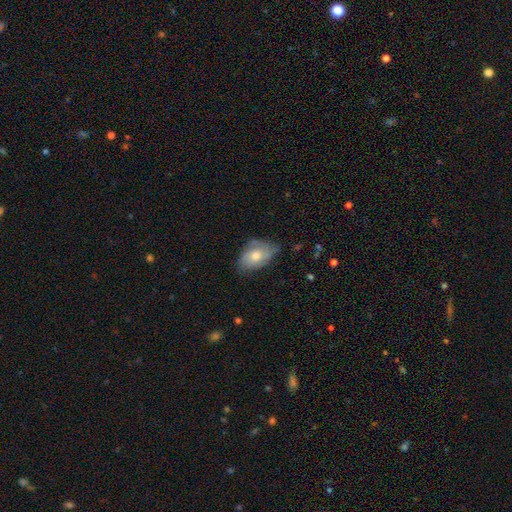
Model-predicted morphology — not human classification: Smooth or featured? featured or disk (49%)
Merging? none (58%)